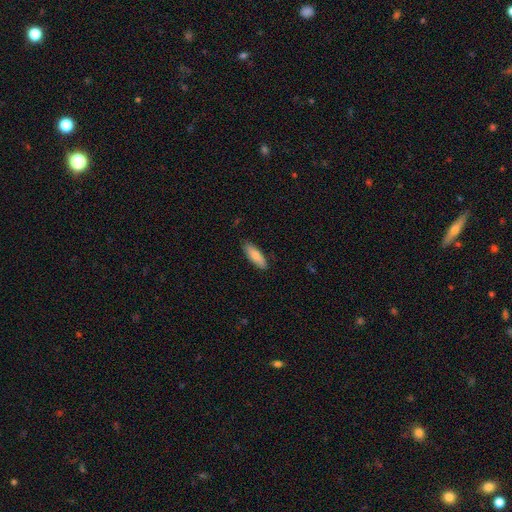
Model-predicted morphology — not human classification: Overall: smooth (83%). How rounded: in between (57%; cigar-shaped 41%). Merging: none (86%).